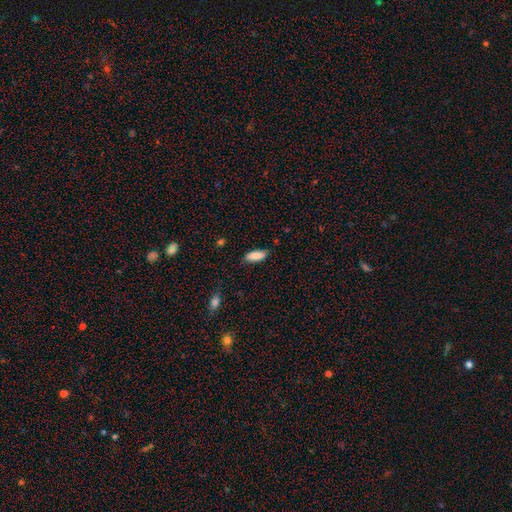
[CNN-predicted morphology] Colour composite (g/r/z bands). It shows a smooth galaxy with no disk features (86%) that is in between round and cigar-shaped (69%). Merging: none (77%).